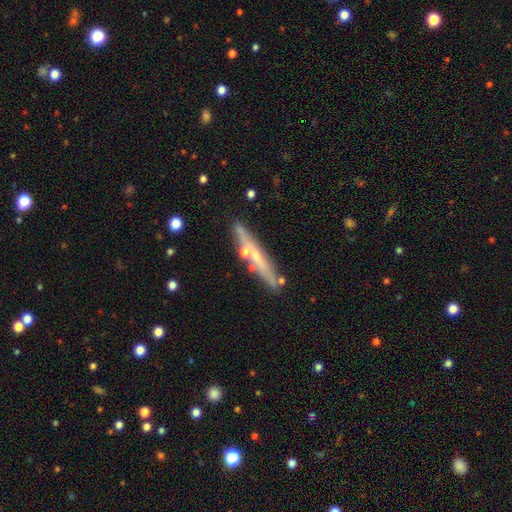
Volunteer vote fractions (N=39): A featured or disk galaxy (62%) viewed edge-on (92%) with a rounded central bulge (68%). Merging: none (74%).